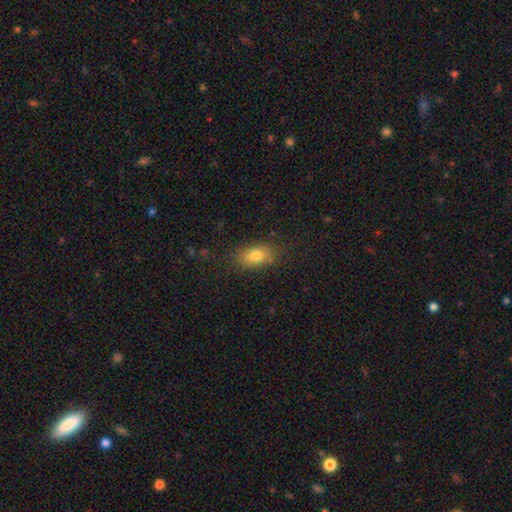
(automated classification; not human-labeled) Overall: smooth (79%). How rounded: in between (85%). Merging: none (81%).